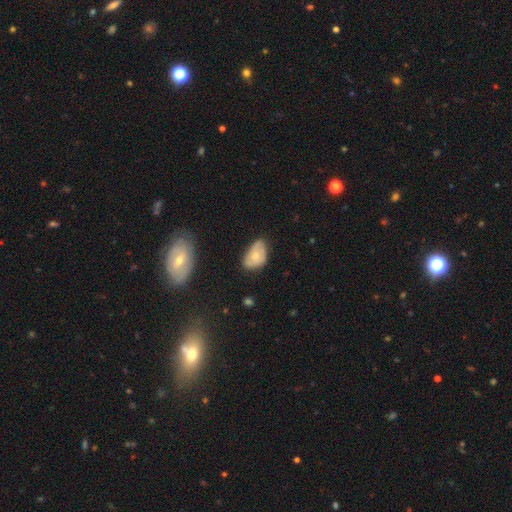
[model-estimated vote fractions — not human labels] Smooth or featured?
  - smooth: 58% *
  - featured or disk: 35%
  - star or artifact: 7%
How rounded?
  - in between: 90% *
  - round: 9%
  - cigar-shaped: 2%
Merging?
  - none: 50% *
  - minor disturbance: 38%
  - major disturbance: 10%
  - merger: 3%